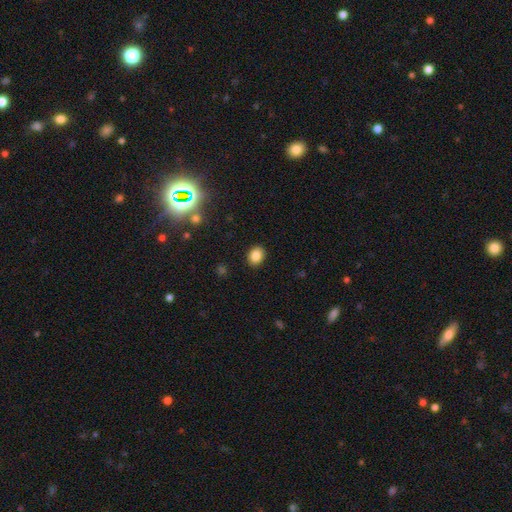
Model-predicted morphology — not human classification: This appears to be a smooth galaxy with no disk features (84%) that is in between round and cigar-shaped (53%). Merging: none (90%).